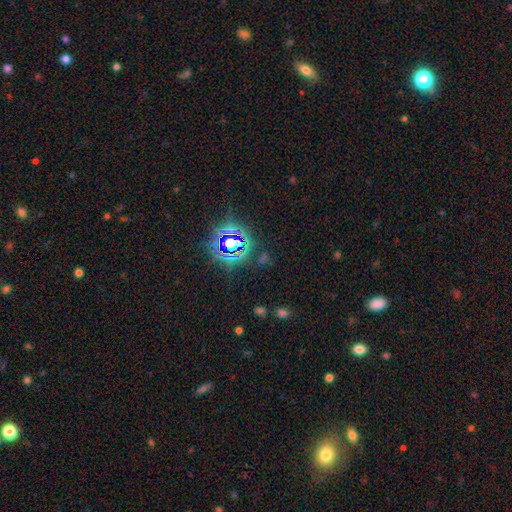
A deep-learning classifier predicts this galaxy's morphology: A star or artifact, not a galaxy (77%).